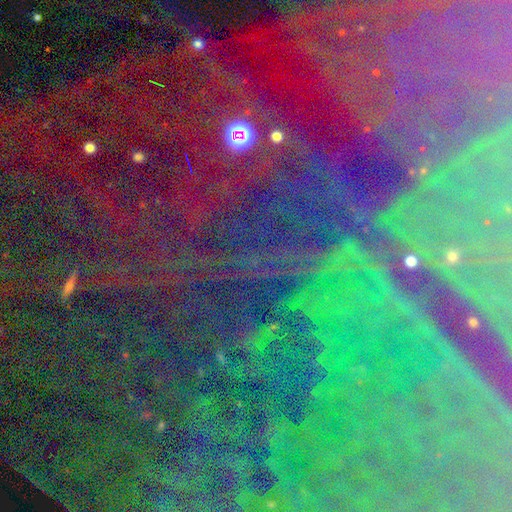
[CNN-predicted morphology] Smooth or featured? Predicted: star or artifact (p=0.86).